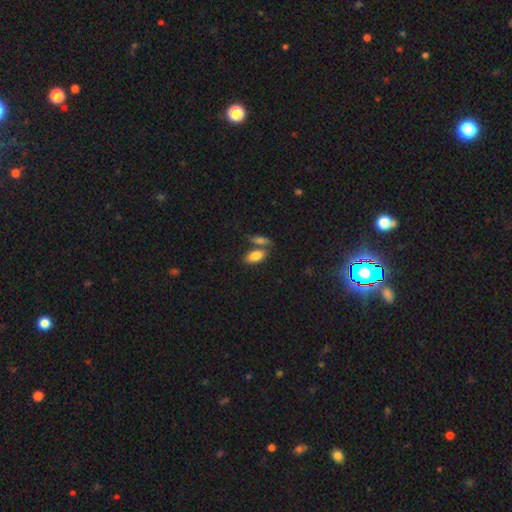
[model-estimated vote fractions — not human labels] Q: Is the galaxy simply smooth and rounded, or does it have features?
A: smooth — 82%.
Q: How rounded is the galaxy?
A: in between — 89%.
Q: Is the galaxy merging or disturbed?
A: none — 54%.